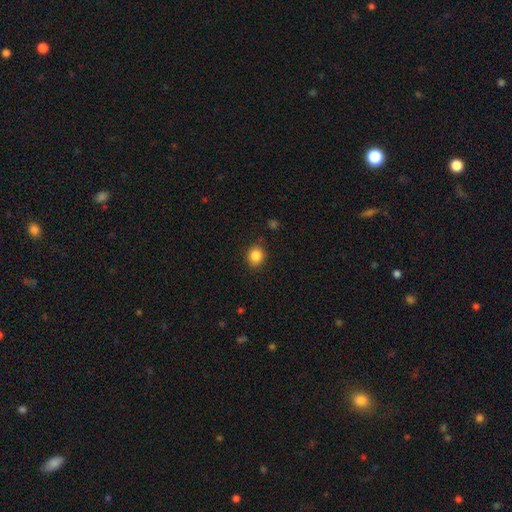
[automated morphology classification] Overall: smooth (85%). How rounded: round (72%). Merging: none (87%).